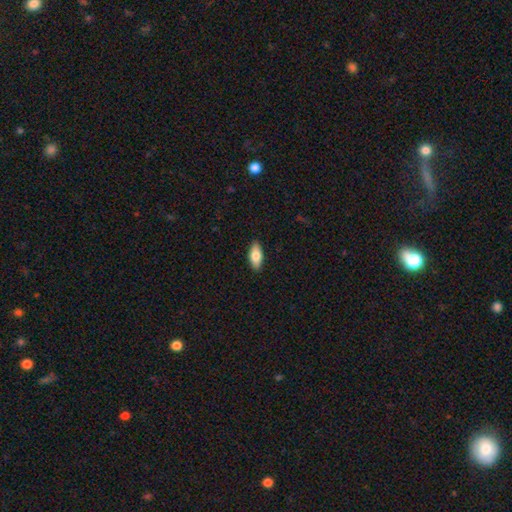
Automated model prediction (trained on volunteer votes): A smooth galaxy with no disk features (77%) that is in between round and cigar-shaped (85%).

Vote fractions:
- Smooth or featured? smooth: 77% / featured or disk: 17% / star or artifact: 6%
- How rounded? in between: 85% / cigar-shaped: 13% / round: 2%
- Merging? none: 90% / minor disturbance: 8% / major disturbance: 2% / merger: 1%